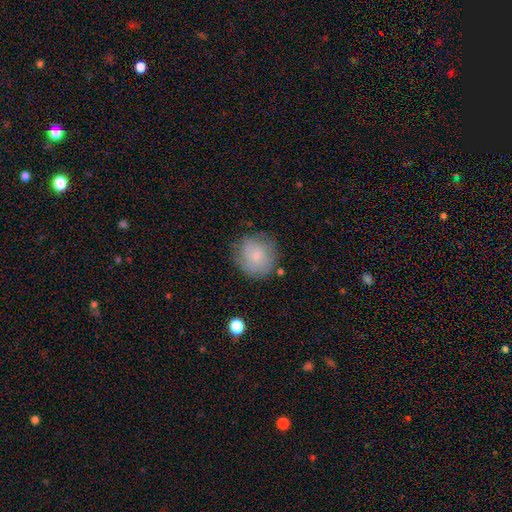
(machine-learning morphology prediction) Q: Smooth or featured?
A: smooth (59%); runner-up: featured or disk (33%)
Q: How rounded?
A: round (87%); runner-up: in between (12%)
Q: Merging?
A: none (69%); runner-up: minor disturbance (21%)